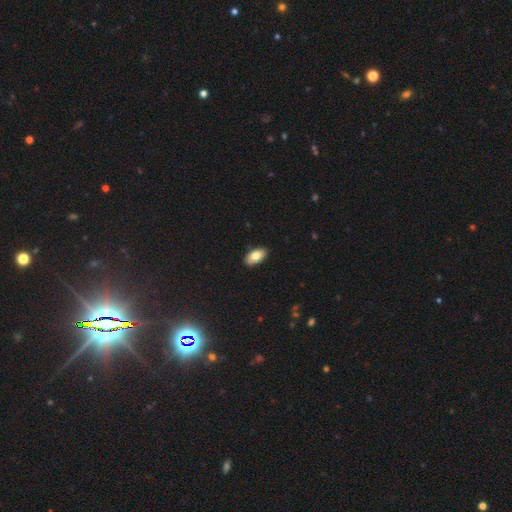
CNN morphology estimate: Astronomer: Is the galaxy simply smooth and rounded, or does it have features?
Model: smooth — 80%.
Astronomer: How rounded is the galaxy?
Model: in between — 94%.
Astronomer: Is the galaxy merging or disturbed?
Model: none — 87%.